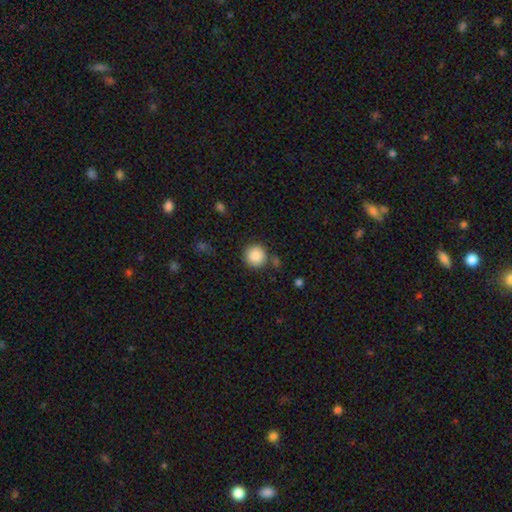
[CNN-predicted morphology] This appears to be a smooth galaxy with no disk features (88%) that is round (94%). Merging: none (83%).